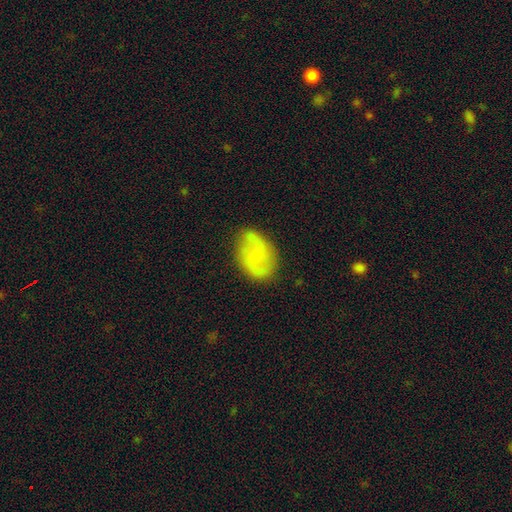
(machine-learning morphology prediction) Smooth or featured?
  - featured or disk: 72% *
  - smooth: 21%
  - star or artifact: 7%
Edge-on disk?
  - no: 97% *
  - yes: 3%
Bar?
  - weak: 49% *
  - no: 37%
  - strong: 14%
Spiral arms?
  - yes: 90% *
  - no: 10%
Spiral winding?
  - loose: 53% *
  - medium: 36%
  - tight: 11%
Spiral arm count?
  - 2: 90% *
  - can't tell: 5%
  - 1: 2%
  - 3: 1%
  - 4: 1%
  - more than 4: 1%
Bulge size?
  - small: 67% *
  - moderate: 18%
  - none: 13%
  - large: 1%
  - dominant: 1%
Merging?
  - none: 76% *
  - minor disturbance: 17%
  - major disturbance: 5%
  - merger: 2%